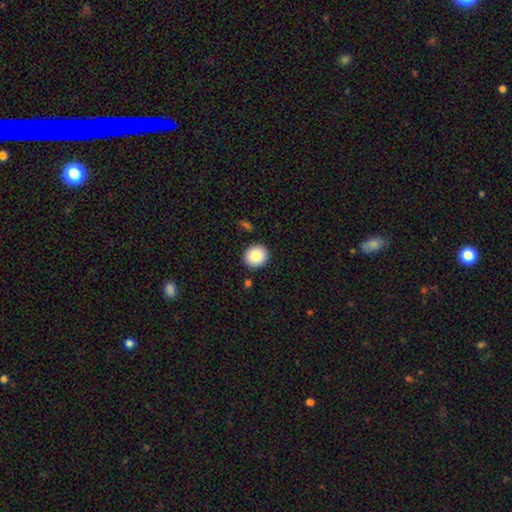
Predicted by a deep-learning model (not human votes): Smooth or featured? smooth (86%)
How rounded? round (86%)
Merging? none (89%)